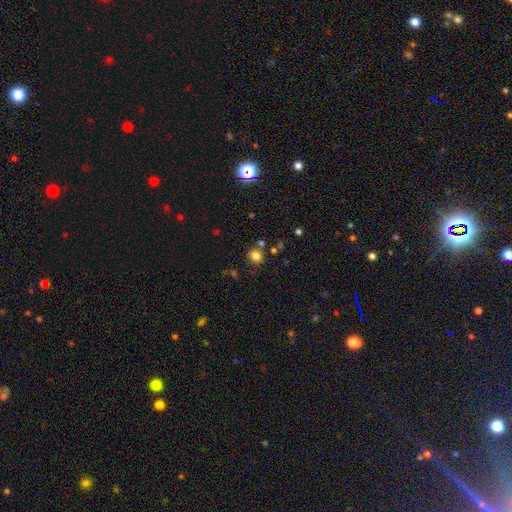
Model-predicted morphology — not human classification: Smooth or featured: smooth — 80% (star or artifact — 14%)
How rounded: round — 86% (in between — 13%)
Merging: none — 78% (minor disturbance — 10%)